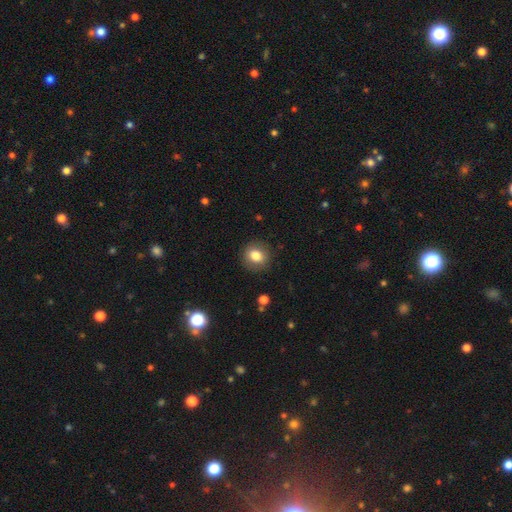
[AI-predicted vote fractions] Morphology: type=smooth (80%); roundness=round (79%); merging=none (88%).